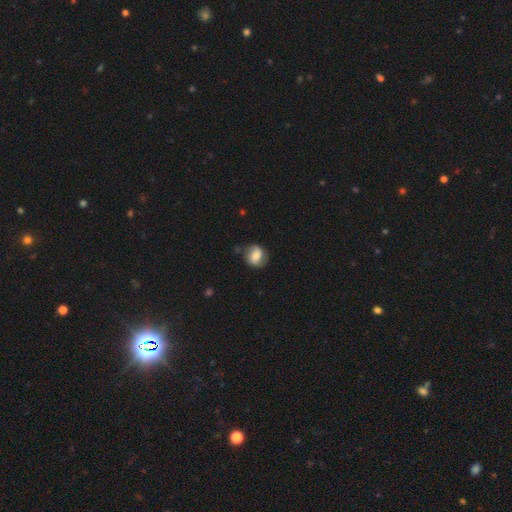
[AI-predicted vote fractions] This is possibly a smooth galaxy (53%). How rounded: likely round (62%). Merging: likely none (69%).